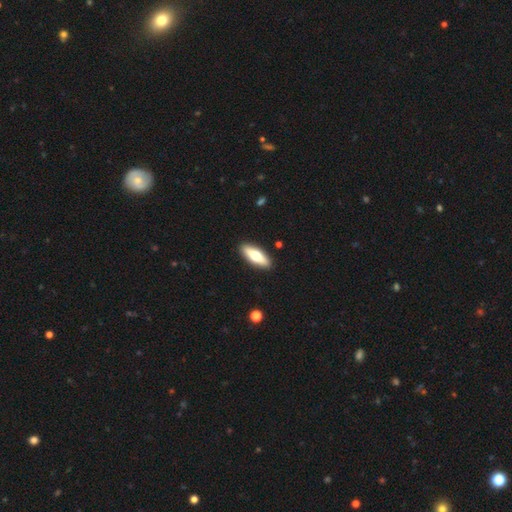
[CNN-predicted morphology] Smooth or featured? smooth (59%)
How rounded? in between (57%)
Merging? none (90%)